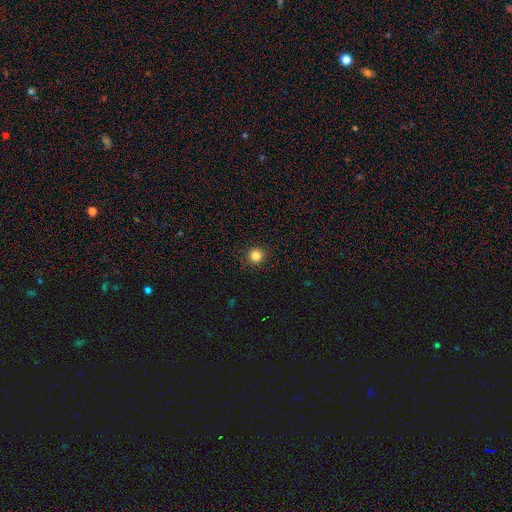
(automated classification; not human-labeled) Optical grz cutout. It shows a smooth galaxy with no disk features (83%) that is round (95%). Merging: none (92%).